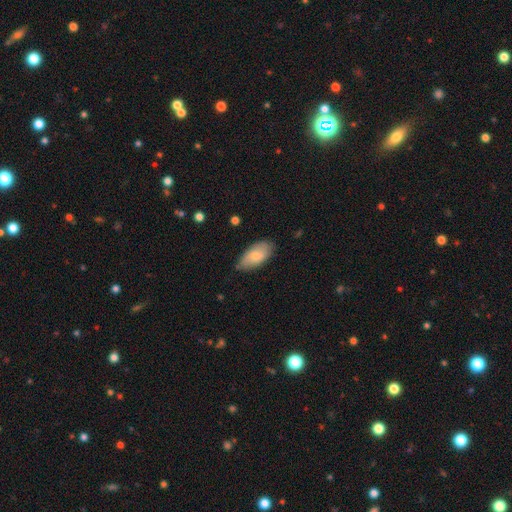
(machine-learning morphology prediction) smooth-or-featured: smooth: 78% | featured or disk: 16% | star or artifact: 6%
  how-rounded: in between: 93% | cigar-shaped: 5% | round: 2%
  merging: none: 77% | minor disturbance: 18% | major disturbance: 3% | merger: 1%